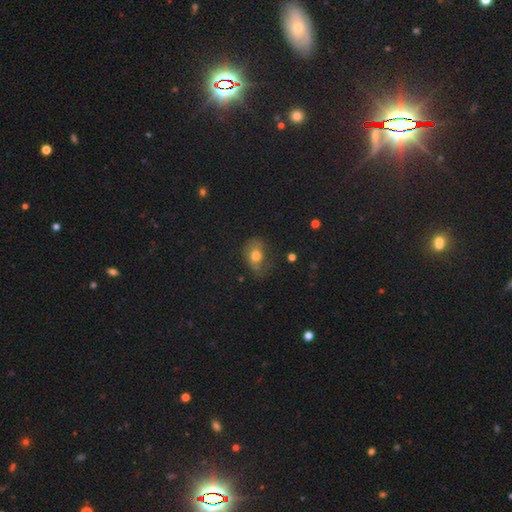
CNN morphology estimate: Smooth or featured? Predicted: smooth (p=0.67). How rounded? Predicted: in between (p=0.66). Merging? Predicted: none (p=0.51).